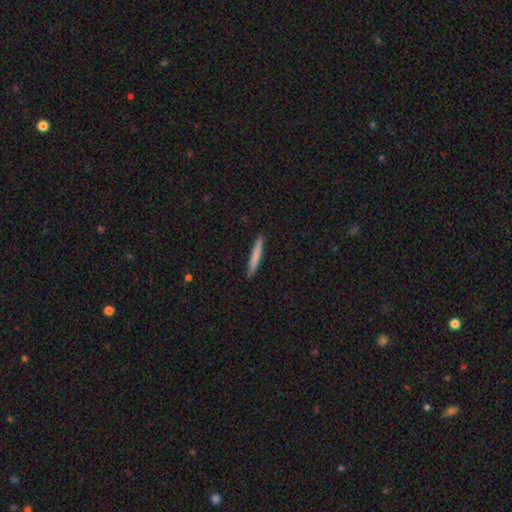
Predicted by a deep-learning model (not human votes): This is likely a smooth galaxy (76%). How rounded: clearly cigar-shaped (96%). Merging: clearly none (92%).